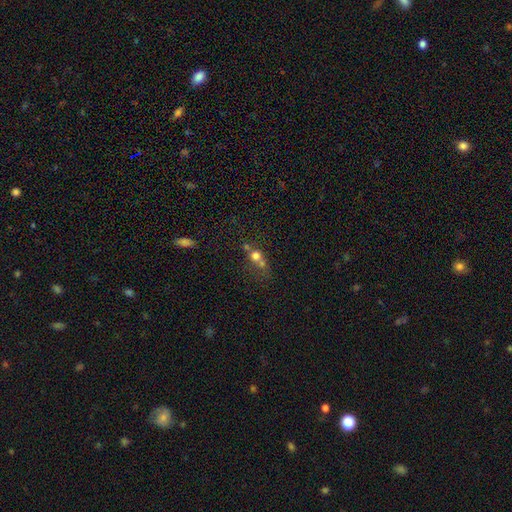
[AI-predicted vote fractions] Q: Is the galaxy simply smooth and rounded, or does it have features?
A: smooth — 64%.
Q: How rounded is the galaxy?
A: round — 75%.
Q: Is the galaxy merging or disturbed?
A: merger — 55%.